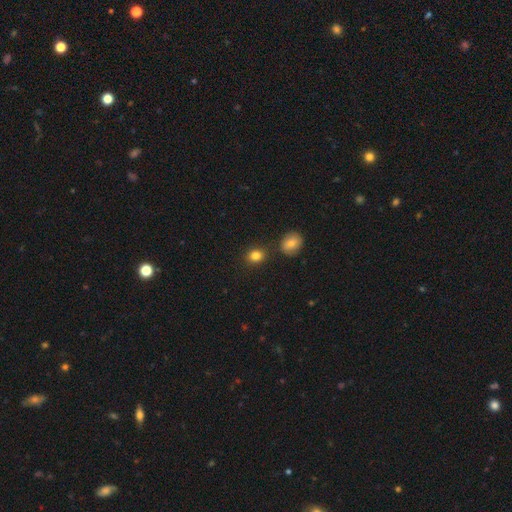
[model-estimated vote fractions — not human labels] The model was most divided on "how rounded": round: 65%, in between: 34%, cigar-shaped: 1%. More confident: smooth or featured — smooth (83%); merging — none (81%).